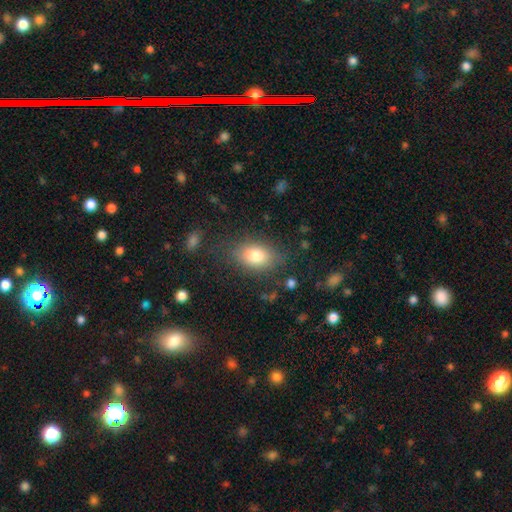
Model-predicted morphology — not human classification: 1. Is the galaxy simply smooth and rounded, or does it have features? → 79% smooth, 12% featured or disk, 8% star or artifact.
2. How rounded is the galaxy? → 85% in between, 13% round, 2% cigar-shaped.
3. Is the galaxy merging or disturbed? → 77% none, 15% minor disturbance, 6% major disturbance, 2% merger.